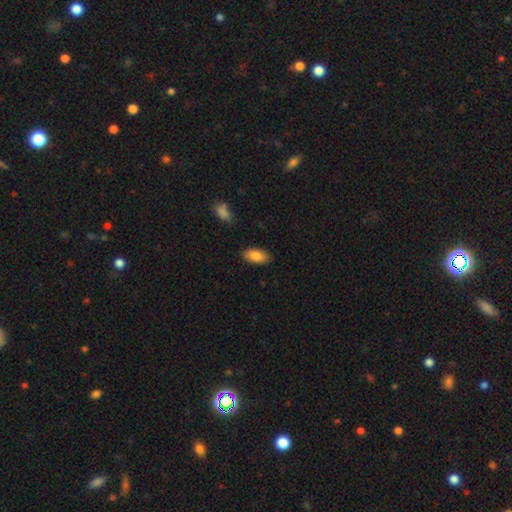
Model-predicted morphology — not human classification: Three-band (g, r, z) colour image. It shows a smooth galaxy with no disk features (87%) that is in between round and cigar-shaped (93%). Merging: none (86%).